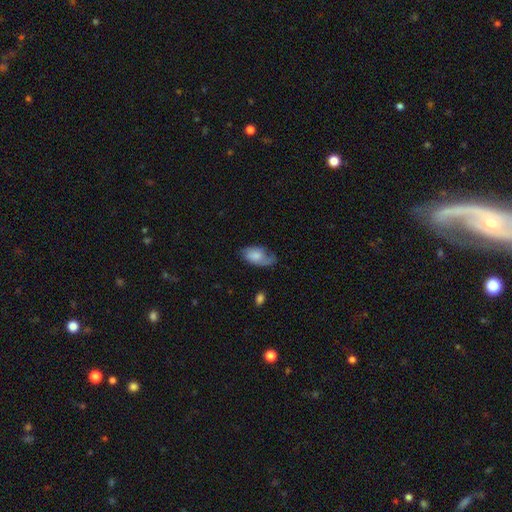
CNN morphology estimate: Smooth or featured? Predicted: smooth (p=0.62). How rounded? Predicted: in between (p=0.92). Merging? Predicted: none (p=0.48).